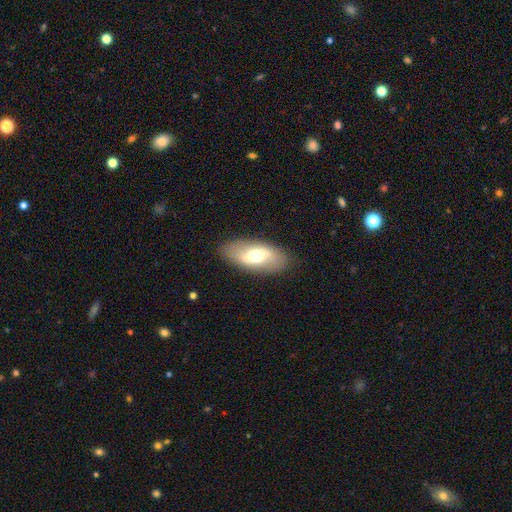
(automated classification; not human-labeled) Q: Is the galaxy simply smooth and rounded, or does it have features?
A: featured or disk — 47%, tied with smooth.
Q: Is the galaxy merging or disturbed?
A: none — 85%.